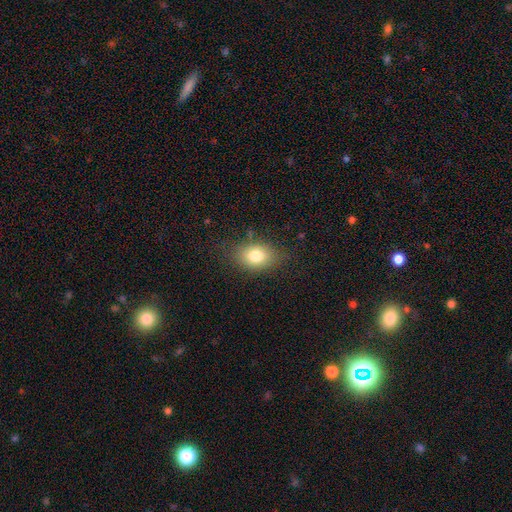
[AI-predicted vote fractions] Smooth or featured? smooth (79%)
How rounded? in between (76%)
Merging? none (78%)